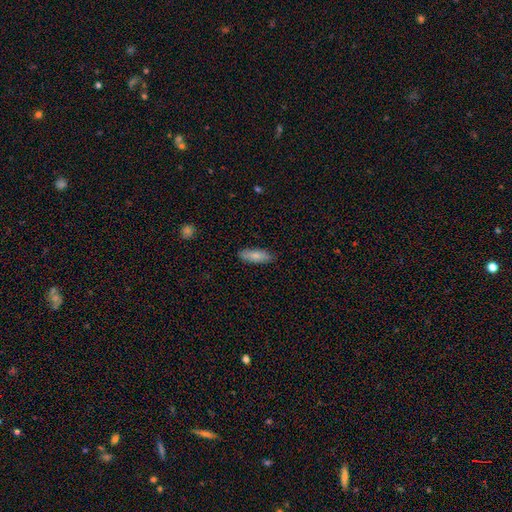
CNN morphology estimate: Q: Smooth or featured?
A: smooth (80%); runner-up: featured or disk (14%)
Q: How rounded?
A: in between (66%); runner-up: cigar-shaped (32%)
Q: Merging?
A: none (86%); runner-up: minor disturbance (11%)